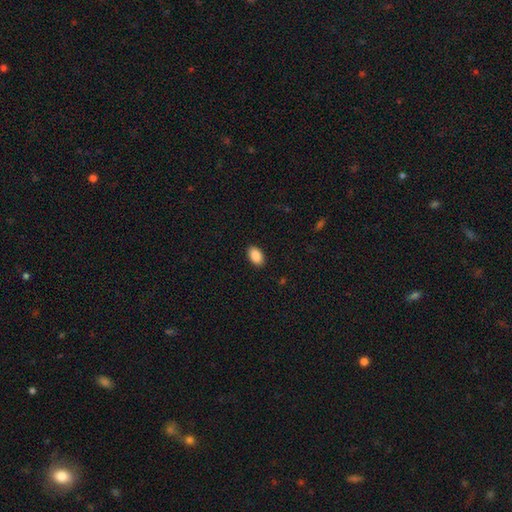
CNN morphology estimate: Q: Smooth or featured?
A: smooth (90%); runner-up: star or artifact (7%)
Q: How rounded?
A: in between (92%); runner-up: round (6%)
Q: Merging?
A: none (90%); runner-up: minor disturbance (7%)